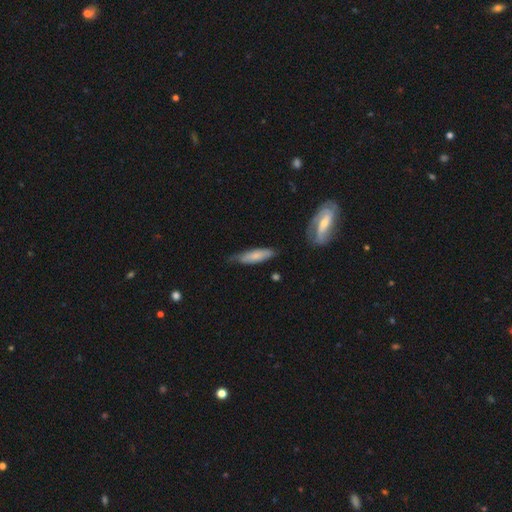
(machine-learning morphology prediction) Smooth or featured?
  - smooth: 68% *
  - featured or disk: 27%
  - star or artifact: 6%
How rounded?
  - cigar-shaped: 66% *
  - in between: 33%
  - round: 2%
Merging?
  - none: 61% *
  - minor disturbance: 30%
  - major disturbance: 6%
  - merger: 2%